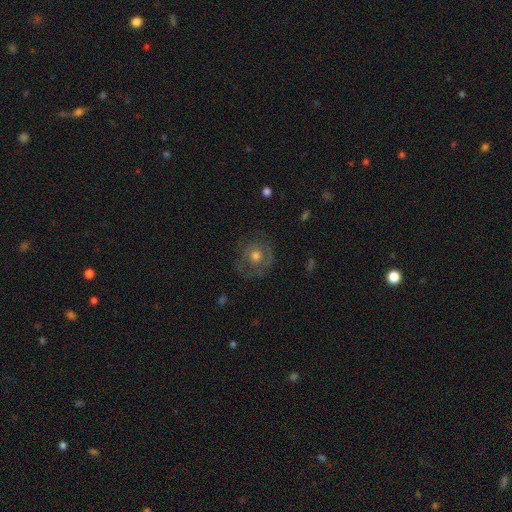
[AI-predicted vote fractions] smooth-or-featured: smooth: 50% | featured or disk: 39% | star or artifact: 11%
  how-rounded: round: 89% | in between: 10% | cigar-shaped: 1%
  merging: none: 74% | minor disturbance: 16% | major disturbance: 9% | merger: 1%